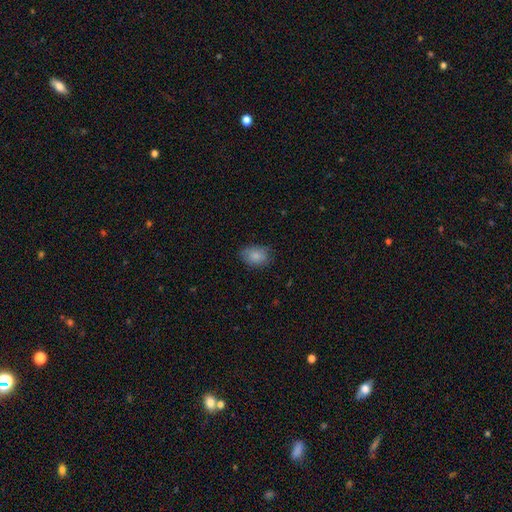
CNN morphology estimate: A smooth galaxy with no disk features (86%) that is in between round and cigar-shaped (78%). Merging: none (74%).